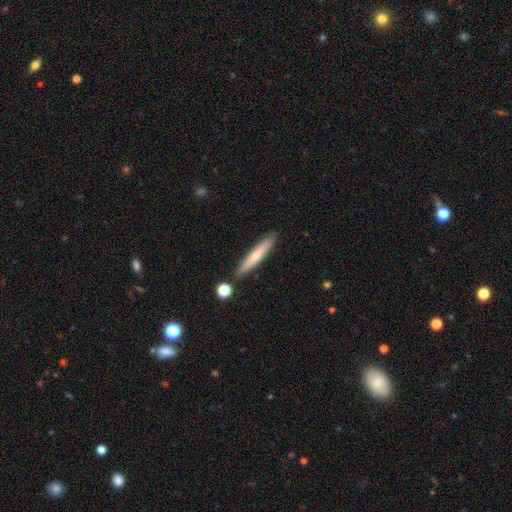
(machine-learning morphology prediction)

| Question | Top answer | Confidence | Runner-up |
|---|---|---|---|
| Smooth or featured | smooth | 64% | featured or disk (30%) |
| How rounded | cigar-shaped | 92% | in between (6%) |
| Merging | none | 85% | minor disturbance (9%) |